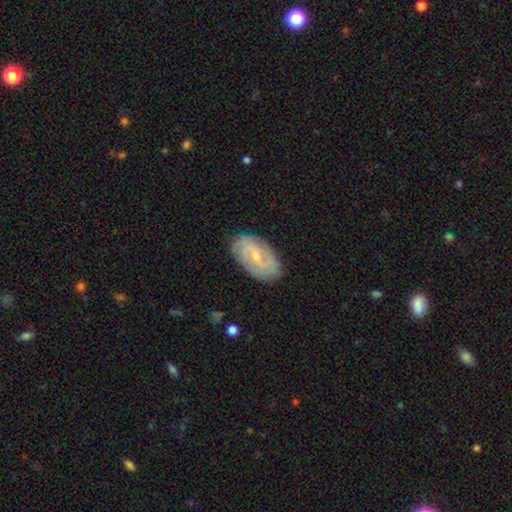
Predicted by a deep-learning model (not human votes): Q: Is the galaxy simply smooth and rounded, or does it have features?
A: featured or disk — 71%.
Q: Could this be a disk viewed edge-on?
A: no — 95%.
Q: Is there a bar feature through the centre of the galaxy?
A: weak — 50%.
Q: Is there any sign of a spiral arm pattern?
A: yes — 89%.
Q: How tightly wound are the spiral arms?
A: tight — 49%.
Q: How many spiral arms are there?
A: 2 — 49%.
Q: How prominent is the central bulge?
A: small — 70%.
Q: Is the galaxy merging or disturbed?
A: none — 82%.